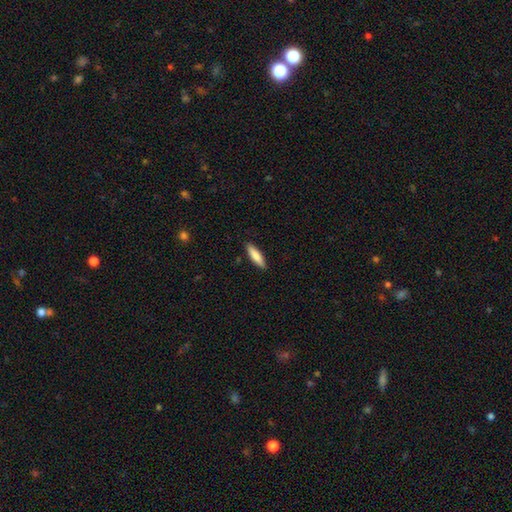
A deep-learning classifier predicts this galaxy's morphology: This appears to be a smooth galaxy with no disk features (81%) that is cigar-shaped (70%). Merging: none (89%).